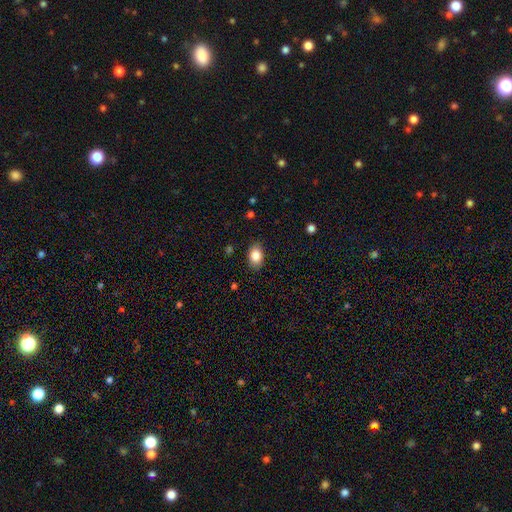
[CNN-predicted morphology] Smooth or featured?
  - smooth: 86% *
  - star or artifact: 8%
  - featured or disk: 6%
How rounded?
  - in between: 81% *
  - round: 18%
  - cigar-shaped: 1%
Merging?
  - none: 84% *
  - minor disturbance: 12%
  - major disturbance: 3%
  - merger: 1%